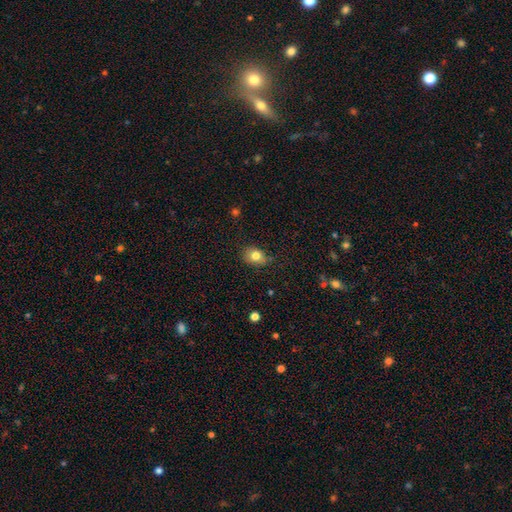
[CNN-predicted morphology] smooth_or_featured: smooth (p=0.80) [alt: star or artifact p=0.10]
how_rounded: in between (p=0.58) [alt: round p=0.41]
merging: none (p=0.74) [alt: minor disturbance p=0.20]